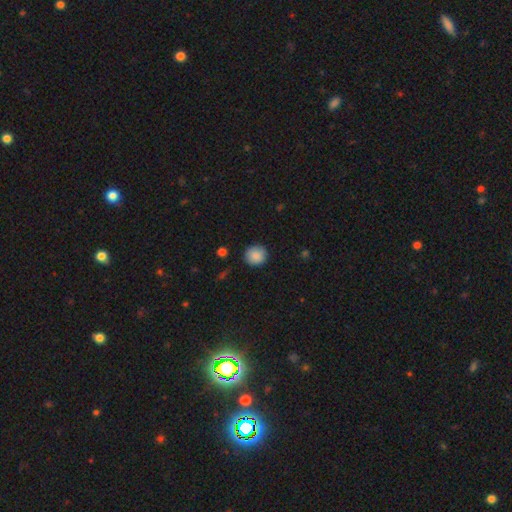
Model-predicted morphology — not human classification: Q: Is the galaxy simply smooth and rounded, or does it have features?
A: smooth — 87%.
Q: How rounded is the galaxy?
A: round — 89%.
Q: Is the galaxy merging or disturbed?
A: none — 87%.